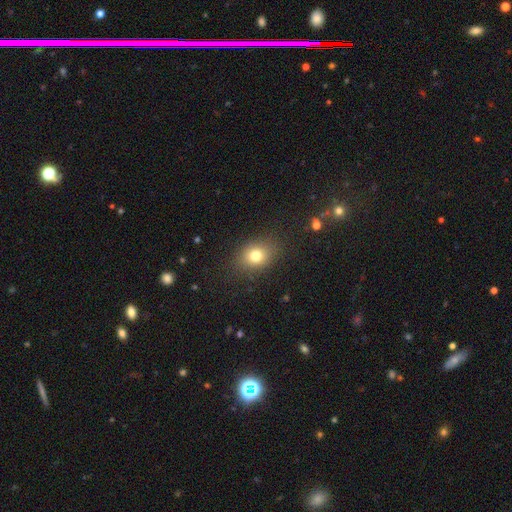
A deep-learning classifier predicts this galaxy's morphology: Overall: smooth (77%). How rounded: in between (56%; round 43%). Merging: none (84%).